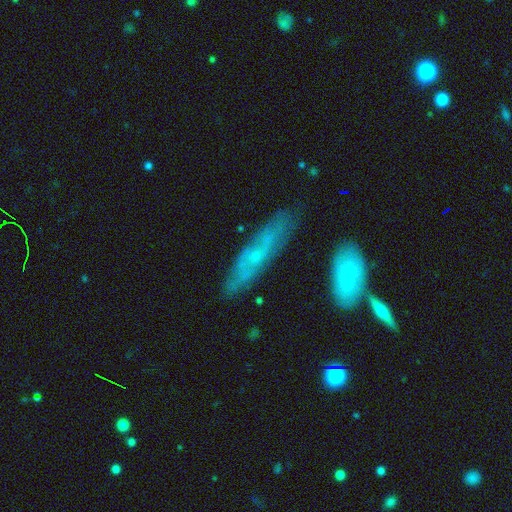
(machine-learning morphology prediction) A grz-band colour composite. It shows a featured or disk galaxy (52%). Merging: none (74%).